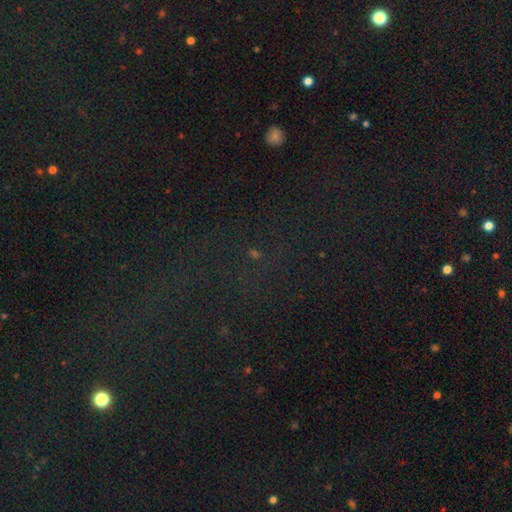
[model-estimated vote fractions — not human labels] Smooth or featured? star or artifact (75%)